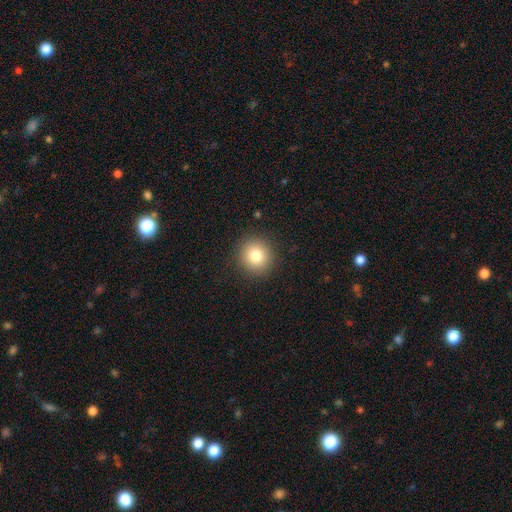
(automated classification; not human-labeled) smooth 81%, star or artifact 11%, featured or disk 8%. Down the decision tree: how rounded — round (92%); merging — none (91%).